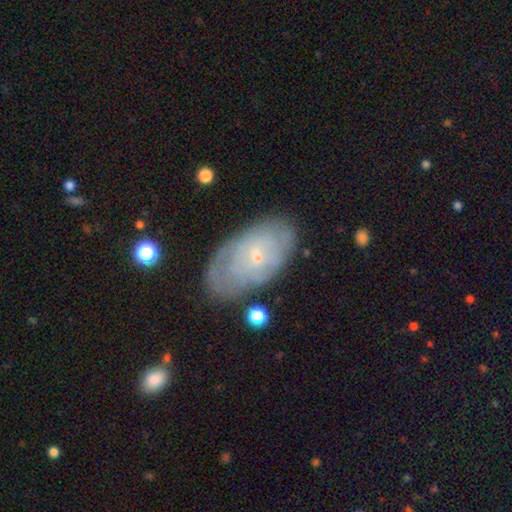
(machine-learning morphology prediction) Smooth or featured? Predicted: featured or disk (p=0.61). Edge-on disk? Predicted: no (p=0.93). Bar? Predicted: no (p=0.67). Spiral arms? Predicted: yes (p=0.61). Bulge size? Predicted: small (p=0.76). Merging? Predicted: none (p=0.68).